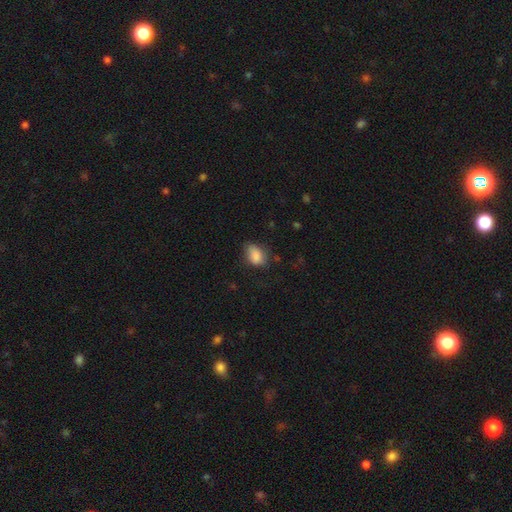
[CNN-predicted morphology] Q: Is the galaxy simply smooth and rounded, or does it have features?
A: smooth — 85%.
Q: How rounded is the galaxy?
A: in between — 82%.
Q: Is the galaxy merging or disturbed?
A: none — 57%.